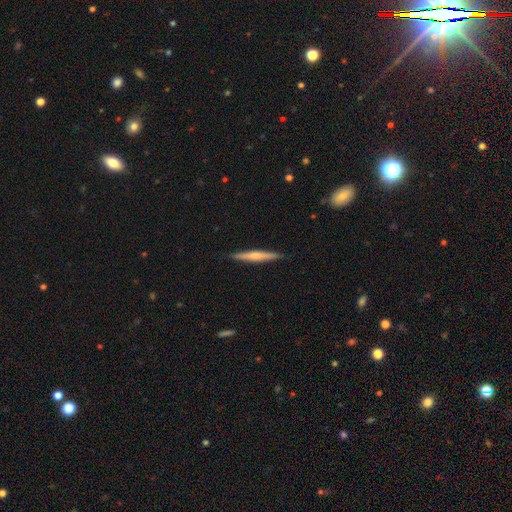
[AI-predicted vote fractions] Smooth or featured? Predicted: featured or disk (p=0.49). Merging? Predicted: none (p=0.90).